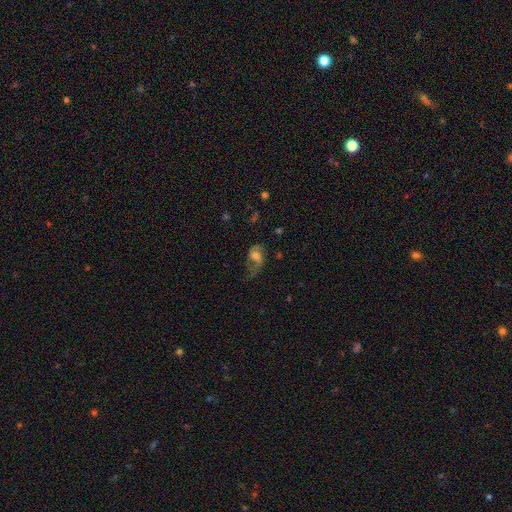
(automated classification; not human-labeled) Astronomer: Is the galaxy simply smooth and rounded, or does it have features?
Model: featured or disk — 57% (runner-up: smooth, 32%).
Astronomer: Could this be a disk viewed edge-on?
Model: no — 96%.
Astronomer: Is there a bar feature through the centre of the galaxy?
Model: no — 57% (runner-up: weak, 34%).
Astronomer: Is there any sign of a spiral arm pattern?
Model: yes — 83%.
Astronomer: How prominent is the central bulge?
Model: moderate — 42% (runner-up: large, 24%).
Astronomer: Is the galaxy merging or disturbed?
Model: none — 37%, tied with major disturbance at 37%.